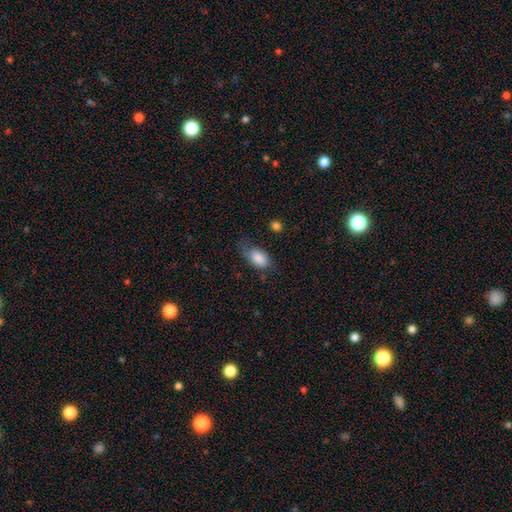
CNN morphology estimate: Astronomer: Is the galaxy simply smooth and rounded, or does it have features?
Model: smooth — 74%.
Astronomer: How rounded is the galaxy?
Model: in between — 88%.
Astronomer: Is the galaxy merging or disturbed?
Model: none — 48% (runner-up: minor disturbance, 32%).